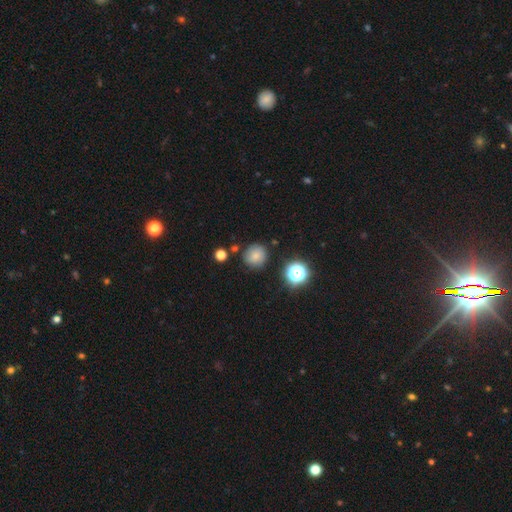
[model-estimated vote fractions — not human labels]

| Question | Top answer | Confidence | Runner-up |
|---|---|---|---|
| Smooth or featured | smooth | 77% | star or artifact (15%) |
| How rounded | round | 90% | in between (9%) |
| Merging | none | 80% | minor disturbance (12%) |